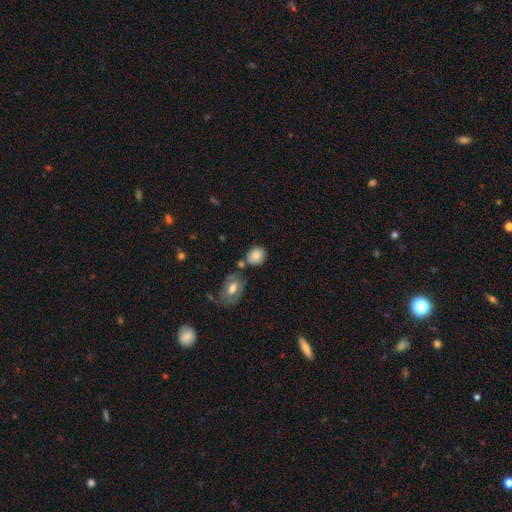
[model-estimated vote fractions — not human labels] The model was most divided on "how rounded": round: 65%, in between: 33%, cigar-shaped: 1%. More confident: smooth or featured — smooth (82%); merging — none (61%).